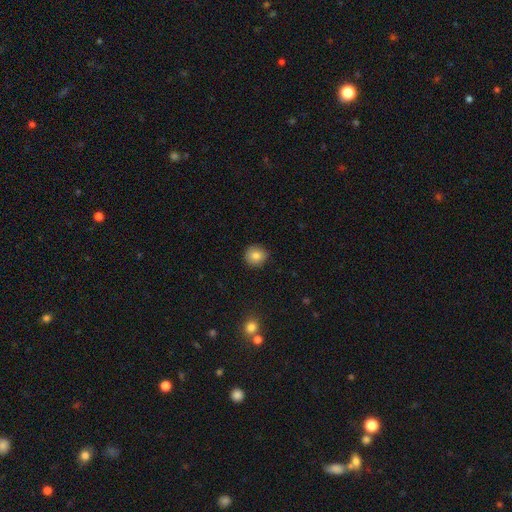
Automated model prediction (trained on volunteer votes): This appears to be a smooth galaxy with no disk features (83%) that is round (89%). Merging: none (90%).